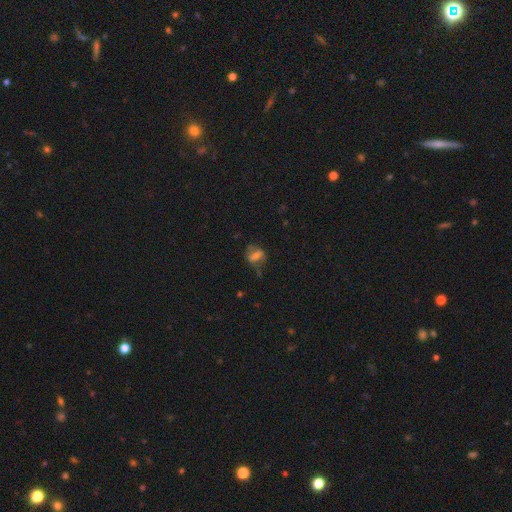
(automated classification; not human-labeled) The model was most divided on "smooth or featured": smooth: 49%, featured or disk: 37%, star or artifact: 14%. More confident: merging — none (55%).